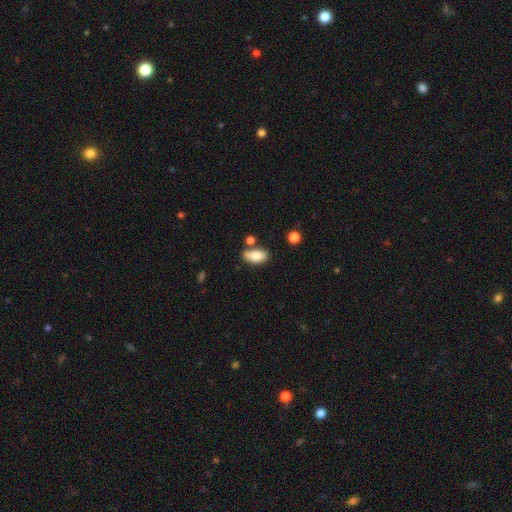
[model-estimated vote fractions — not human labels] Smooth or featured?
  - smooth: 84% *
  - featured or disk: 9%
  - star or artifact: 7%
How rounded?
  - in between: 92% *
  - cigar-shaped: 5%
  - round: 4%
Merging?
  - none: 71% *
  - minor disturbance: 14%
  - merger: 11%
  - major disturbance: 3%